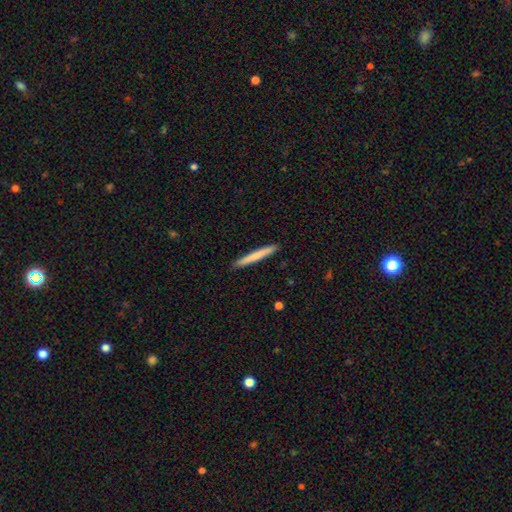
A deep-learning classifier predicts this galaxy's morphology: Overall: smooth (72%). How rounded: cigar-shaped (97%). Merging: none (93%).